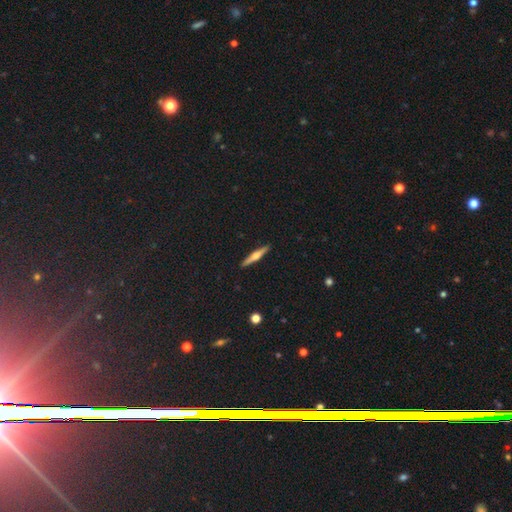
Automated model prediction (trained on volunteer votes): Smooth or featured?
  - featured or disk: 61% *
  - smooth: 33%
  - star or artifact: 6%
Edge-on disk?
  - yes: 98% *
  - no: 2%
Edge-on bulge?
  - rounded: 89% *
  - none: 6%
  - boxy: 5%
Merging?
  - none: 92% *
  - minor disturbance: 6%
  - major disturbance: 1%
  - merger: 1%